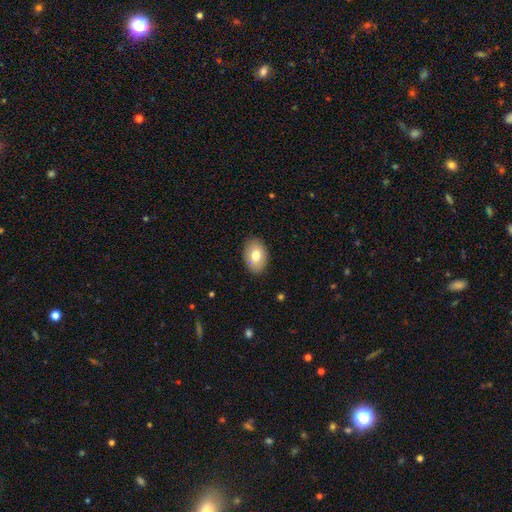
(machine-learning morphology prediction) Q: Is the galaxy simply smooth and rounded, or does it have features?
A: smooth — 76%.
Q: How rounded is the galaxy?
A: in between — 85%.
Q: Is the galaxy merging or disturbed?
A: none — 87%.